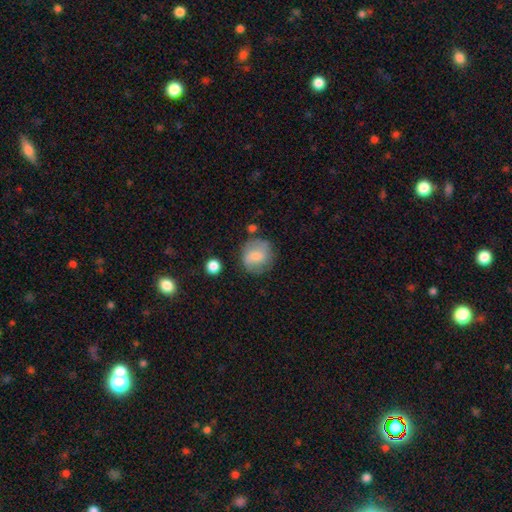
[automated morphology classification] This is likely a smooth galaxy (69%). How rounded: clearly round (84%). Merging: likely none (68%).